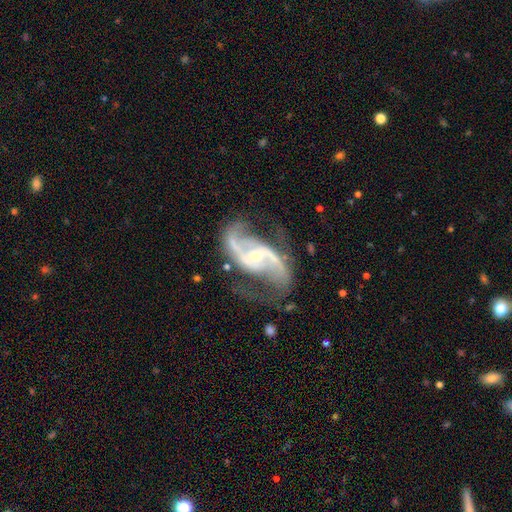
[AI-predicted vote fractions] Overall: featured or disk (92%). Edge-on disk: no (97%). Bar: weak (40%; no 37%). Spiral arms: yes (97%). Spiral arm count: 2 (92%). Spiral winding: loose (45%, tied with medium). Bulge size: small (62%; moderate 32%). Merging: none (65%).